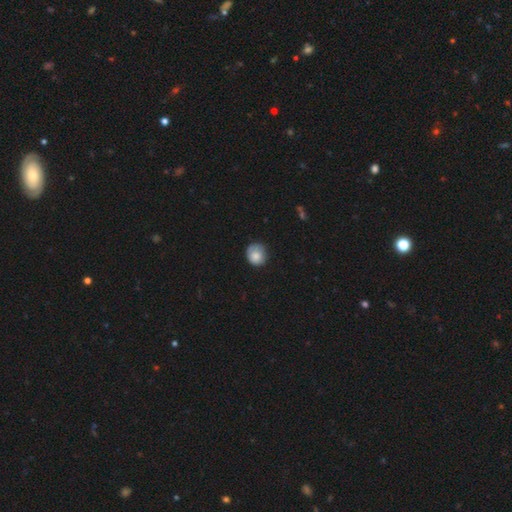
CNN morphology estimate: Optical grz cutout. It shows a smooth galaxy with no disk features (80%) that is round (82%). Merging: none (66%).